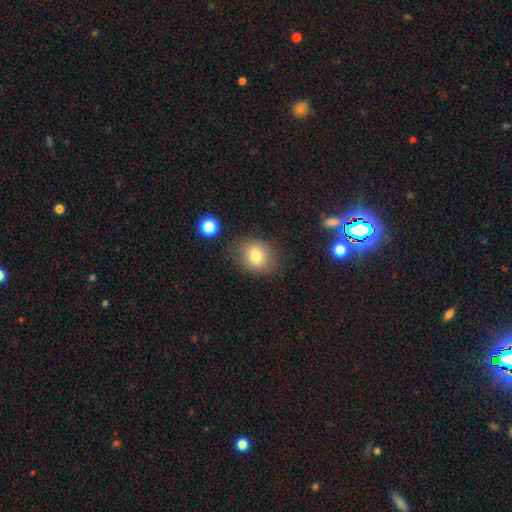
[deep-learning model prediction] smooth 80%, star or artifact 11%, featured or disk 10%. Down the decision tree: how rounded — round (69%); merging — none (79%).